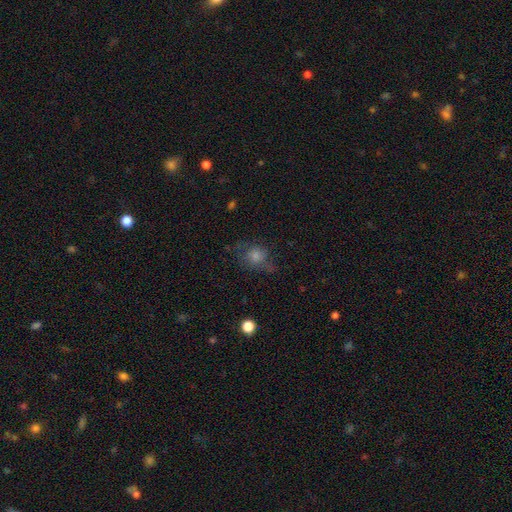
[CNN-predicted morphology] Smooth or featured? smooth (53%)
How rounded? round (65%)
Merging? none (59%)